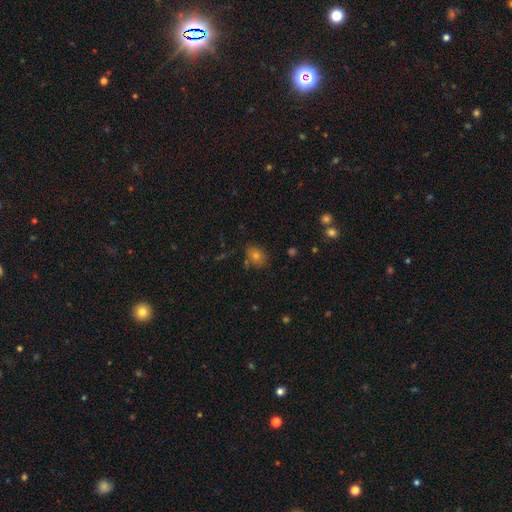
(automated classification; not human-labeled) Smooth or featured: smooth — 67% (star or artifact — 21%)
How rounded: round — 61% (in between — 38%)
Merging: none — 79% (minor disturbance — 14%)